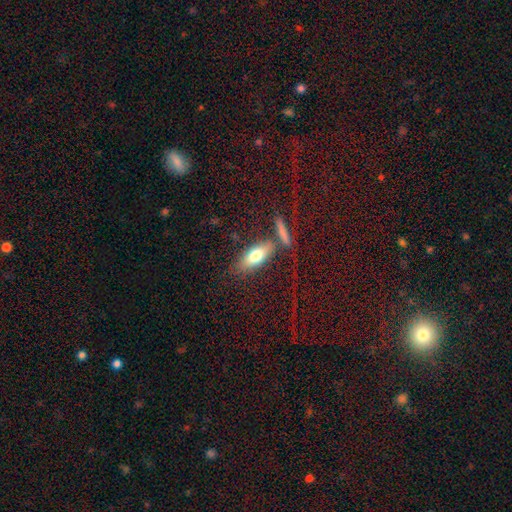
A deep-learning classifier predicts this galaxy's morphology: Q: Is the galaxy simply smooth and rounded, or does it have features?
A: smooth — 70%.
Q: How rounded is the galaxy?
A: in between — 72%.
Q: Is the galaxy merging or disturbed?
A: none — 69%.